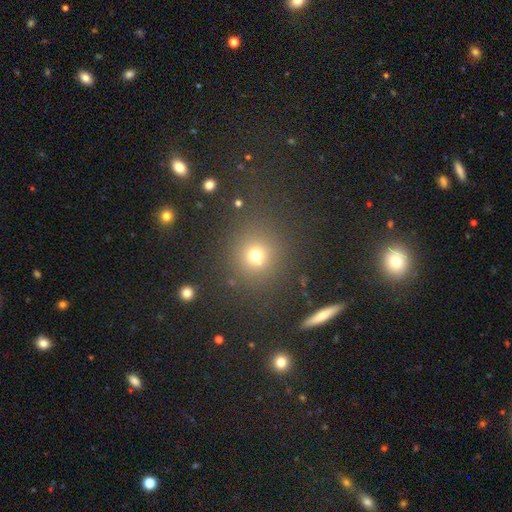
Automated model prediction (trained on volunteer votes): Morphology: type=smooth (70%); roundness=round (88%); merging=none (77%).